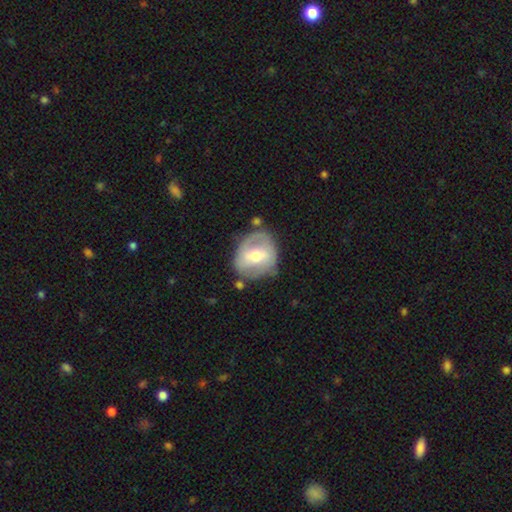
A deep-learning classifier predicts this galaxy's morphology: A featured or disk galaxy (58%) with a weak bar (44%), no spiral arms (51%) and a moderate central bulge (71%). Merging: none (65%).